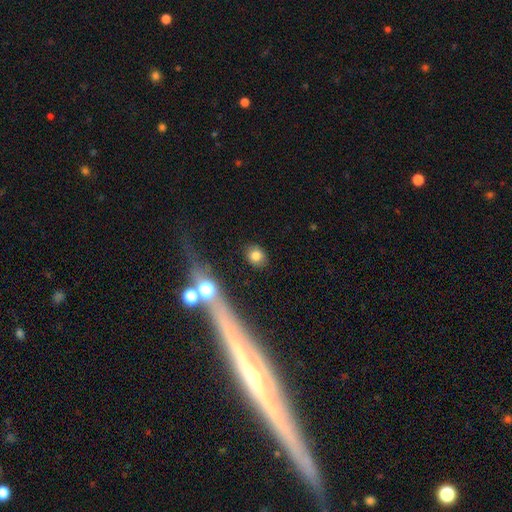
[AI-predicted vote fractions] Smooth or featured? smooth (79%)
How rounded? round (64%)
Merging? none (84%)